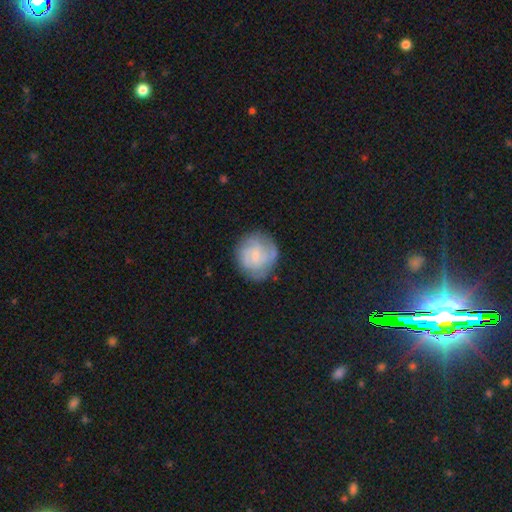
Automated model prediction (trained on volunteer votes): The model was most divided on "spiral arm count": can't tell: 34%, 3: 25%, 2: 21%, 4: 10%, 1: 5%, more than 4: 5%. More confident: edge-on disk — no (98%); spiral arms — yes (89%); merging — none (76%); bulge size — small (66%); smooth or featured — featured or disk (63%); bar — no (56%); spiral winding — tight (50%).